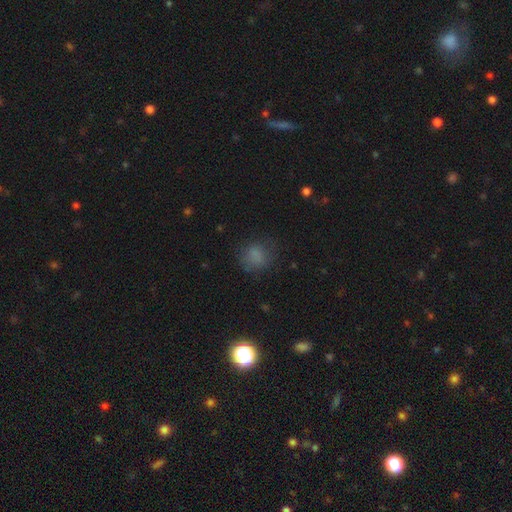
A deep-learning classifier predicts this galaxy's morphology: Q: Smooth or featured?
A: smooth (77%); runner-up: star or artifact (14%)
Q: How rounded?
A: round (74%); runner-up: in between (25%)
Q: Merging?
A: none (70%); runner-up: minor disturbance (19%)